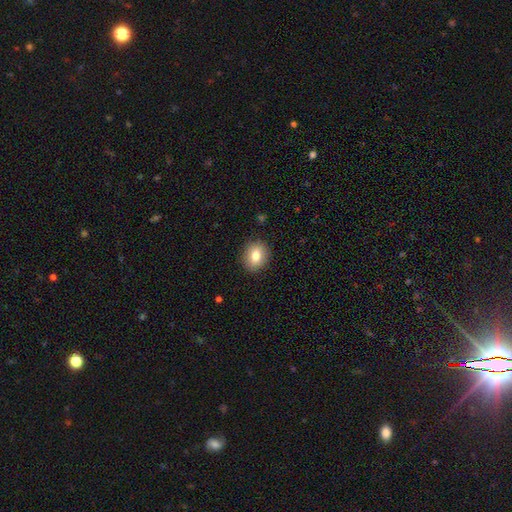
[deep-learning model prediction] smooth_or_featured: smooth (p=0.80) [alt: featured or disk p=0.11]
how_rounded: round (p=0.59) [alt: in between p=0.40]
merging: none (p=0.89) [alt: minor disturbance p=0.08]